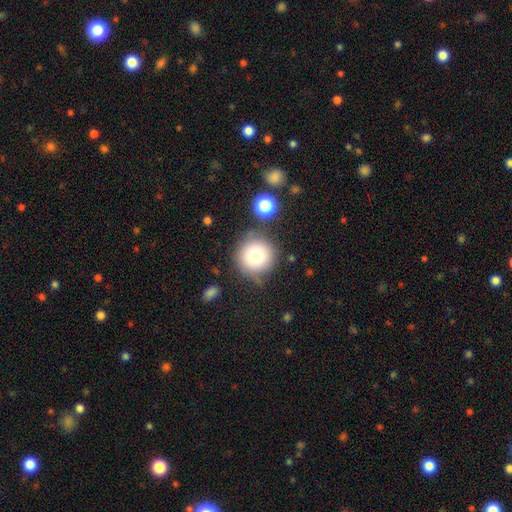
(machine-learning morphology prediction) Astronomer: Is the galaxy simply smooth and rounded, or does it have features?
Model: smooth — 76%.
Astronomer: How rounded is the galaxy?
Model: round — 95%.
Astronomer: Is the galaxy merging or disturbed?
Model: none — 75%.